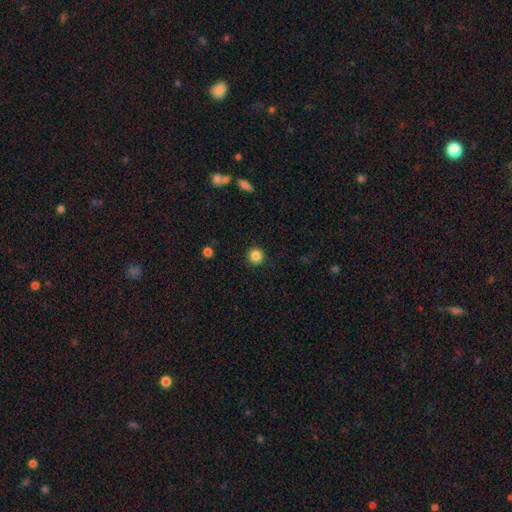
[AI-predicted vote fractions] This appears to be a smooth galaxy with no disk features (85%) that is round (95%). Merging: none (92%).